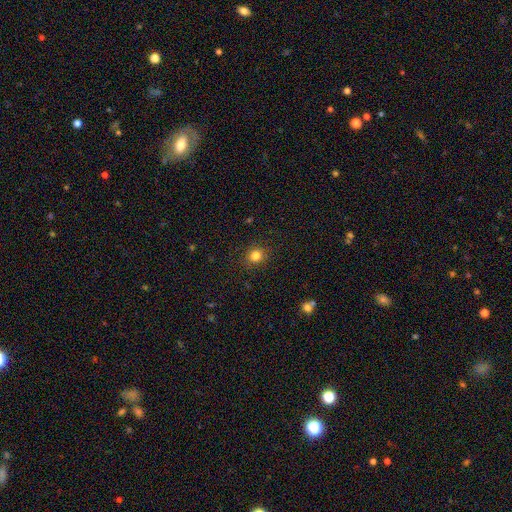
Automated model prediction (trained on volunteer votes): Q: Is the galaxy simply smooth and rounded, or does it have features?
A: smooth — 82%.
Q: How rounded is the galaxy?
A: round — 83%.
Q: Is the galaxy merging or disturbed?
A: none — 89%.